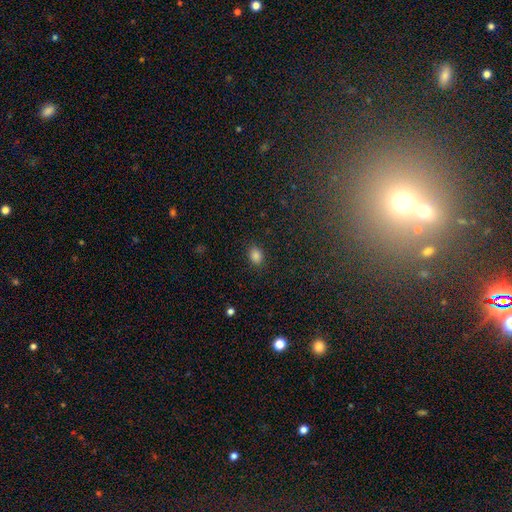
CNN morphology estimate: Smooth or featured?
  - smooth: 84% *
  - star or artifact: 12%
  - featured or disk: 4%
How rounded?
  - in between: 69% *
  - round: 30%
  - cigar-shaped: 1%
Merging?
  - none: 87% *
  - minor disturbance: 9%
  - major disturbance: 3%
  - merger: 1%